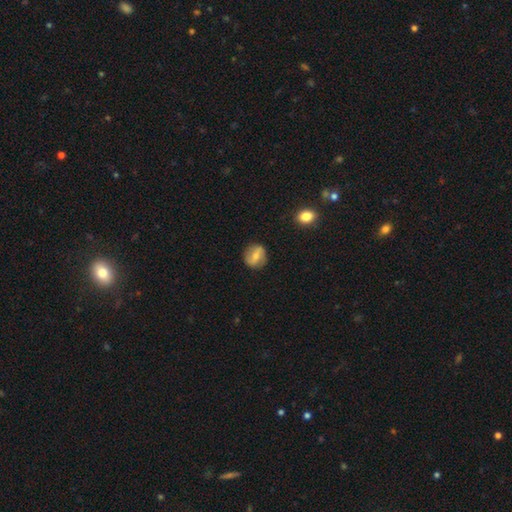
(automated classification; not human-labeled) Smooth or featured? featured or disk (46%, tied with smooth)
Merging? none (84%)